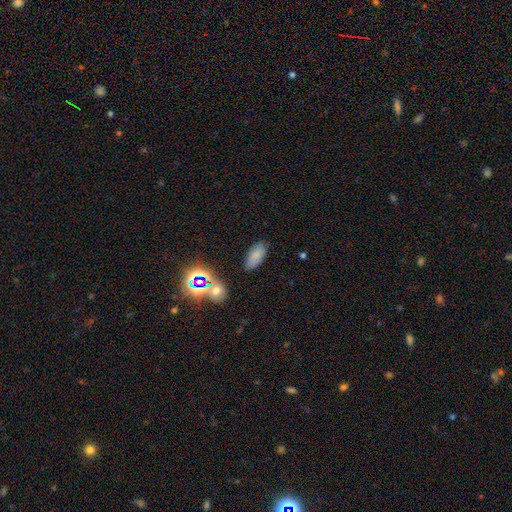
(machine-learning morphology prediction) Q: Smooth or featured?
A: smooth (77%); runner-up: star or artifact (14%)
Q: How rounded?
A: in between (90%); runner-up: cigar-shaped (6%)
Q: Merging?
A: none (80%); runner-up: minor disturbance (13%)